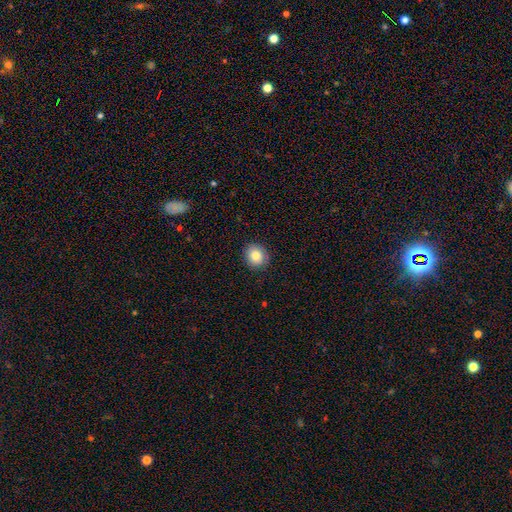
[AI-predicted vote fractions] The model was most divided on "how rounded": round: 77%, in between: 22%, cigar-shaped: 1%. More confident: merging — none (88%); smooth or featured — smooth (84%).